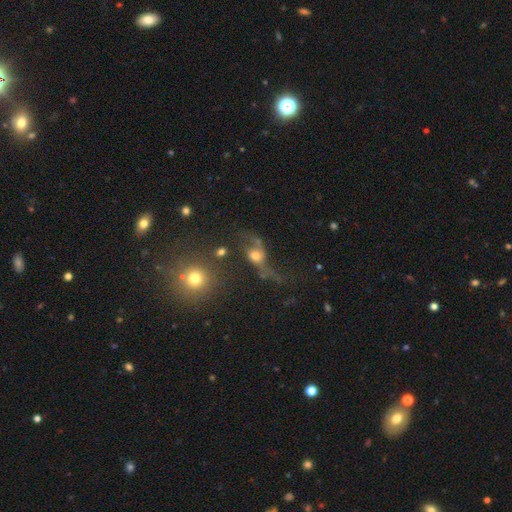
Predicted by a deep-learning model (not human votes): A featured or disk galaxy (54%). Merging: major disturbance (35%, tied with none).